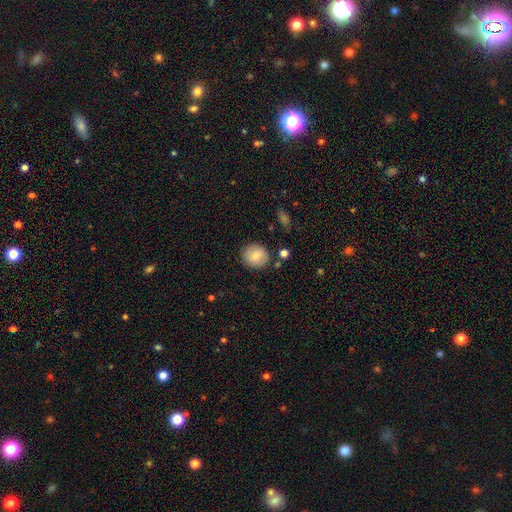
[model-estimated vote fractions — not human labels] The model was most divided on "how rounded": round: 78%, in between: 21%, cigar-shaped: 1%. More confident: merging — none (84%); smooth or featured — smooth (82%).